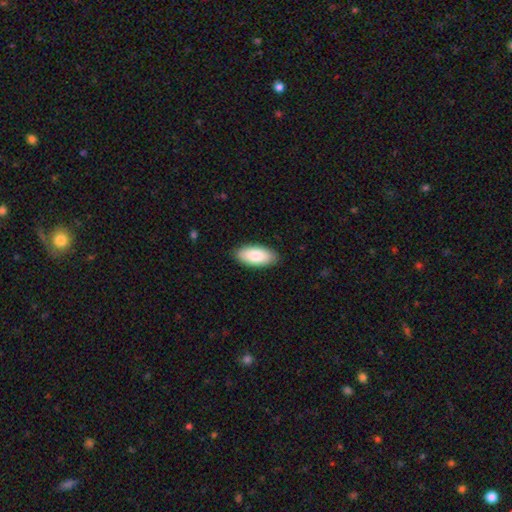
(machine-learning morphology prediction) type=smooth (84%); roundness=in between (92%); merging=none (88%).